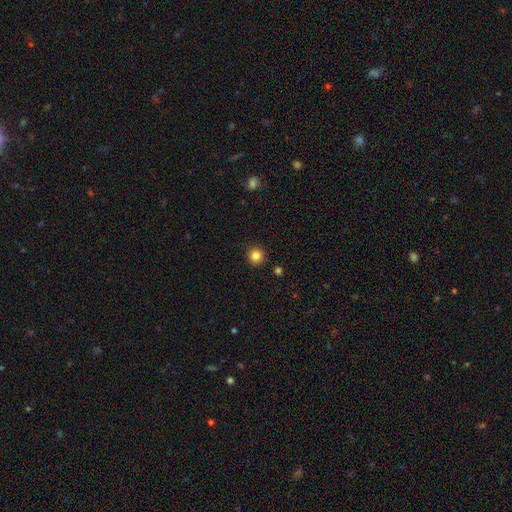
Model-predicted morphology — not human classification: Smooth or featured: smooth — 84% (star or artifact — 12%)
How rounded: round — 95% (in between — 4%)
Merging: none — 92% (minor disturbance — 5%)